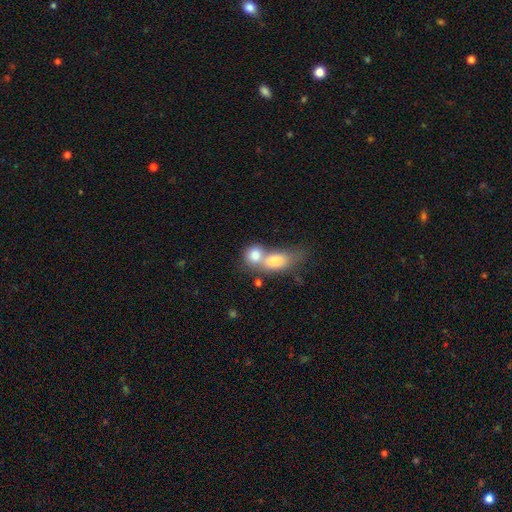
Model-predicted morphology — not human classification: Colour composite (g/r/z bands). It shows a smooth galaxy with no disk features (78%) that is in between round and cigar-shaped (52%). Merging: merger (69%).